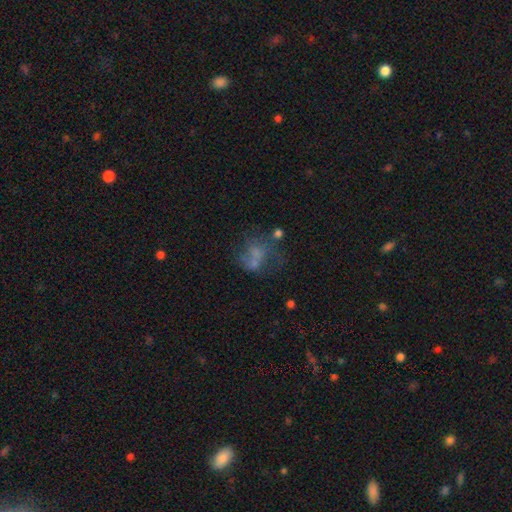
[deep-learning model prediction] Smooth or featured? smooth (45%)
Merging? none (32%)